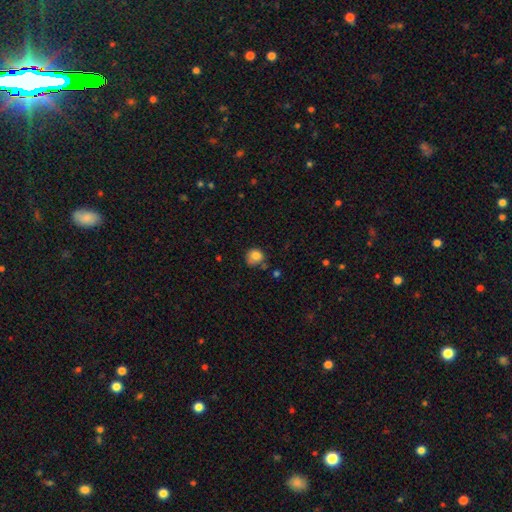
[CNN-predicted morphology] This is likely a smooth galaxy (80%). How rounded: clearly round (80%). Merging: possibly none (55%).